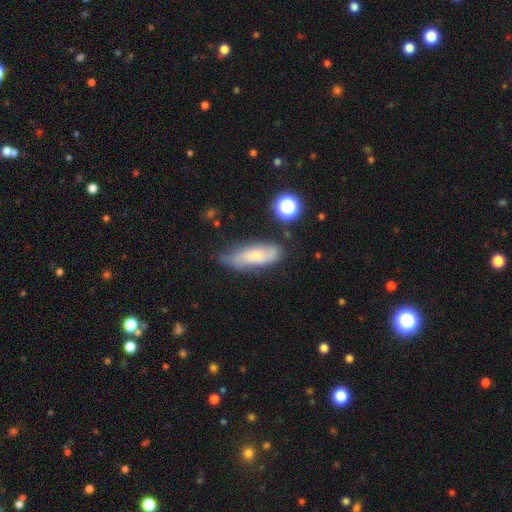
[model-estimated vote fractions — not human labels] A smooth galaxy with no disk features (59%) that is in between round and cigar-shaped (62%).

Vote fractions:
- Smooth or featured? smooth: 59% / featured or disk: 32% / star or artifact: 9%
- How rounded? in between: 62% / cigar-shaped: 35% / round: 3%
- Merging? none: 63% / minor disturbance: 26% / major disturbance: 7% / merger: 4%